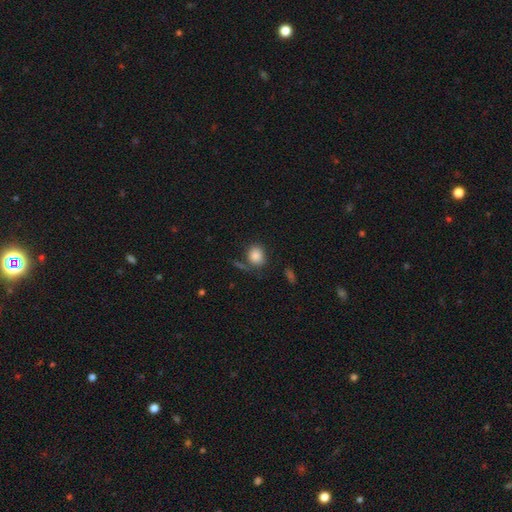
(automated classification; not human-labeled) Overall: smooth (85%). How rounded: round (64%; in between 34%). Merging: none (70%).